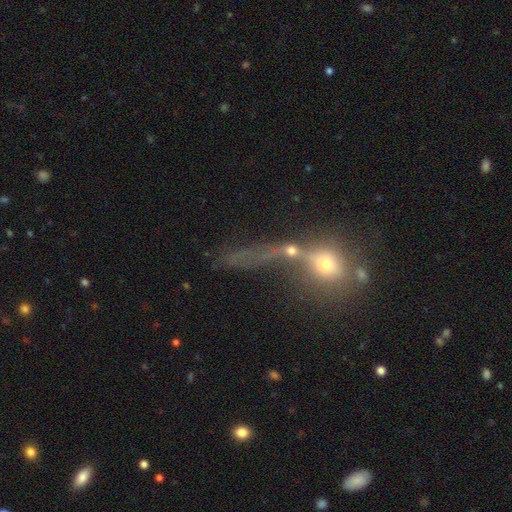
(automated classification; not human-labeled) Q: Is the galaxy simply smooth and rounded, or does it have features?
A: smooth — 44%.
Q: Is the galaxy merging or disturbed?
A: none — 35%.